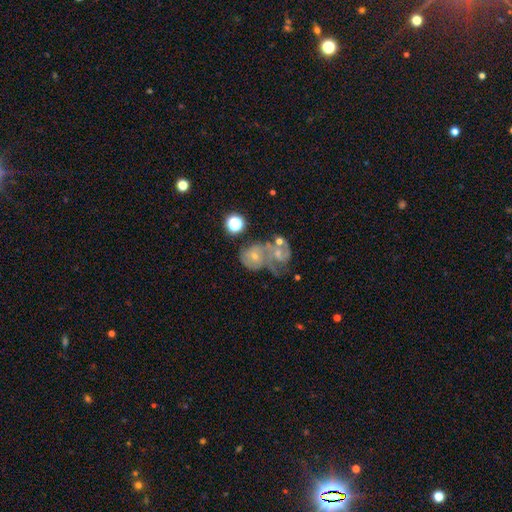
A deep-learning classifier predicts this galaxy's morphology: This appears to be a featured or disk galaxy (66%) with no bar (70%), 2 (37%) tight (46%) spiral arms (83%) and a small central bulge (63%). Merging: merger (55%).